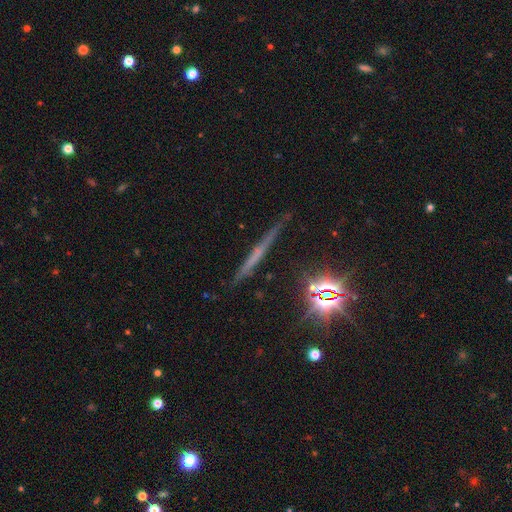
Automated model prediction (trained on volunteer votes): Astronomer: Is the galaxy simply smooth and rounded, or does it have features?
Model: featured or disk — 49% (runner-up: smooth, 29%).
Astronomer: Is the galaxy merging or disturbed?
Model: none — 85%.